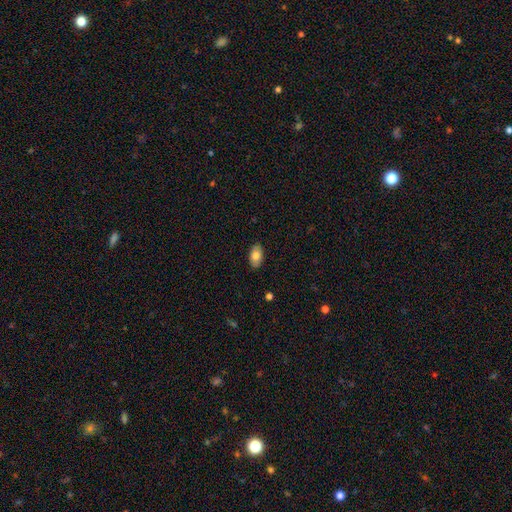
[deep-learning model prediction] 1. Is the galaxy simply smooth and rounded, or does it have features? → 77% smooth, 16% featured or disk, 7% star or artifact.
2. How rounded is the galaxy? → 93% in between, 5% round, 2% cigar-shaped.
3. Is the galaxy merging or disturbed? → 87% none, 10% minor disturbance, 2% major disturbance, 1% merger.